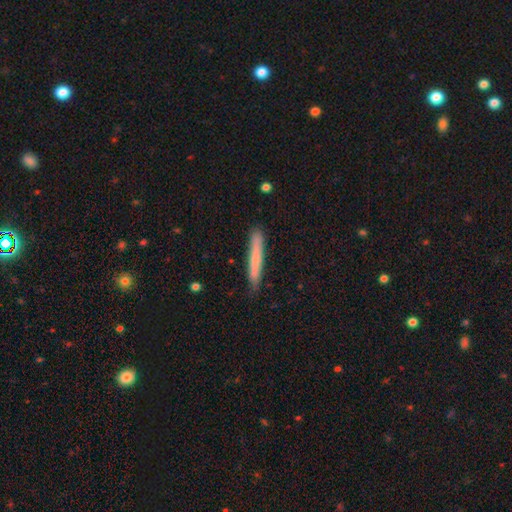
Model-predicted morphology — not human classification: This appears to be a smooth galaxy with no disk features (71%) that is cigar-shaped (96%). Merging: none (86%).